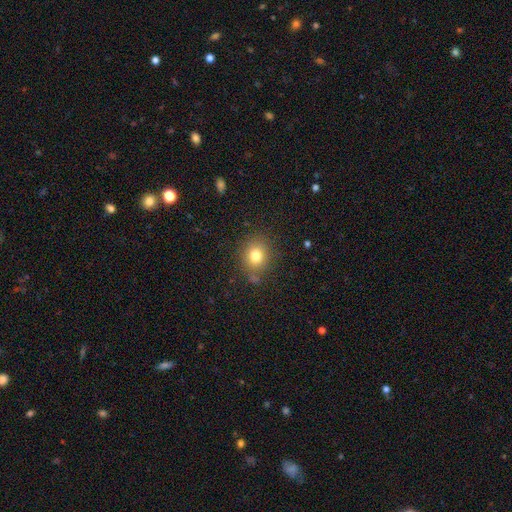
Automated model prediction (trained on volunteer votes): The model was most divided on "how rounded": round: 74%, in between: 25%, cigar-shaped: 1%. More confident: merging — none (79%); smooth or featured — smooth (78%).